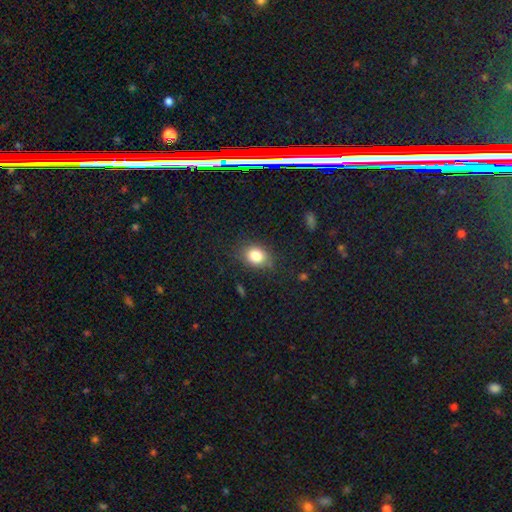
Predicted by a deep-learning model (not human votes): The model was most divided on "how rounded": in between: 53%, round: 46%, cigar-shaped: 1%. More confident: smooth or featured — smooth (82%); merging — none (78%).